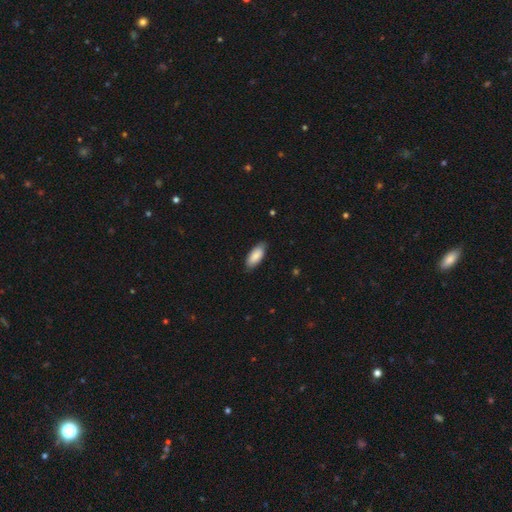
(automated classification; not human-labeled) smooth 86%, featured or disk 9%, star or artifact 6%. Down the decision tree: how rounded — in between (86%); merging — none (84%).